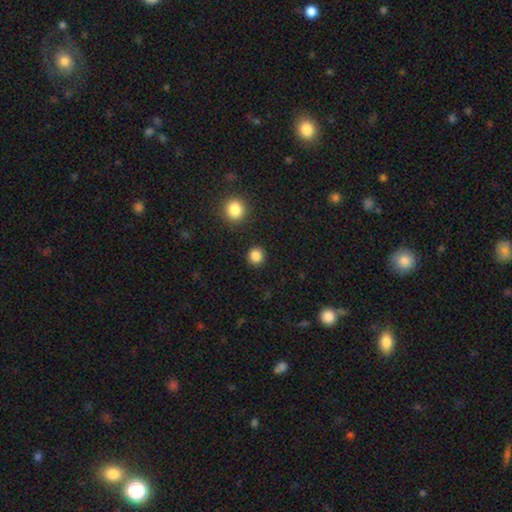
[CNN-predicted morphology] Smooth or featured? smooth (86%)
How rounded? round (89%)
Merging? none (90%)